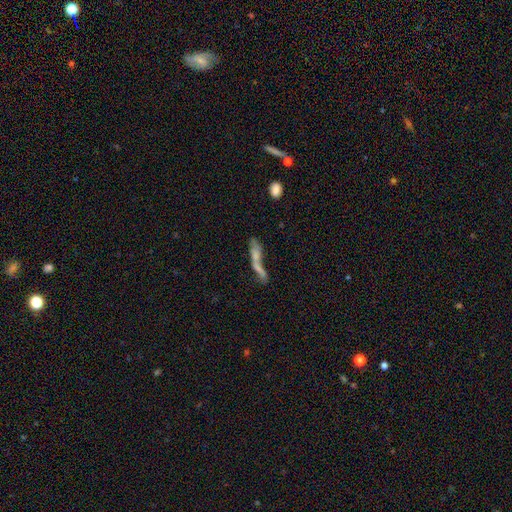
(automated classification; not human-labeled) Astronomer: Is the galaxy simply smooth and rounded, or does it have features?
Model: smooth — 44% (runner-up: featured or disk, 41%).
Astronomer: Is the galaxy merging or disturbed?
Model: merger — 43% (runner-up: none, 30%).